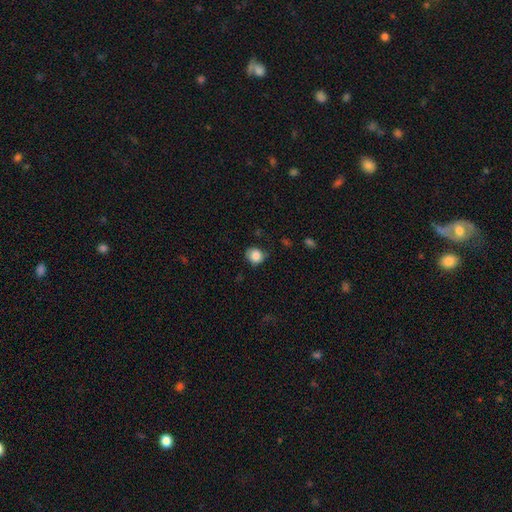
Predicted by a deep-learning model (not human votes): Smooth or featured? smooth (82%)
How rounded? round (78%)
Merging? none (66%)